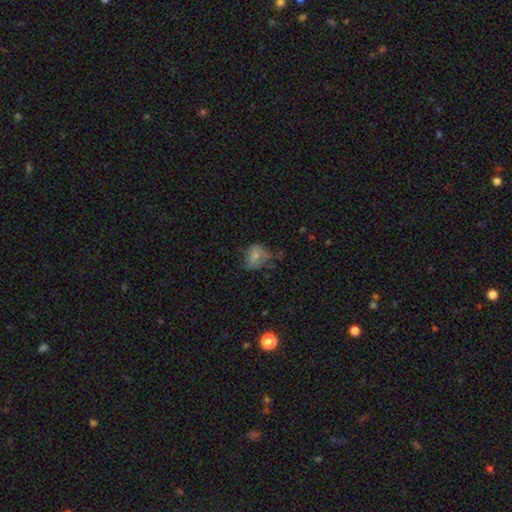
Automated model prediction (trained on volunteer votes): Smooth or featured?
  - smooth: 72% *
  - featured or disk: 18%
  - star or artifact: 10%
How rounded?
  - round: 53% *
  - in between: 46%
  - cigar-shaped: 1%
Merging?
  - none: 45% *
  - minor disturbance: 36%
  - major disturbance: 15%
  - merger: 3%